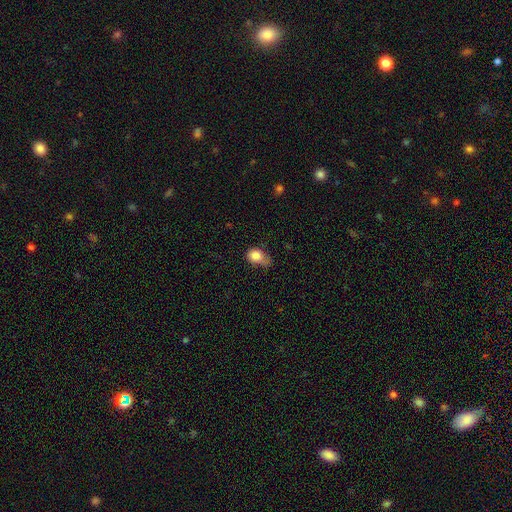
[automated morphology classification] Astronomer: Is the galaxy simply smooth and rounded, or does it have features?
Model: smooth — 81%.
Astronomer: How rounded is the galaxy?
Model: in between — 61% (runner-up: round, 37%).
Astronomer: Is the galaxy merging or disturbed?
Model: minor disturbance — 43% (runner-up: none, 30%).